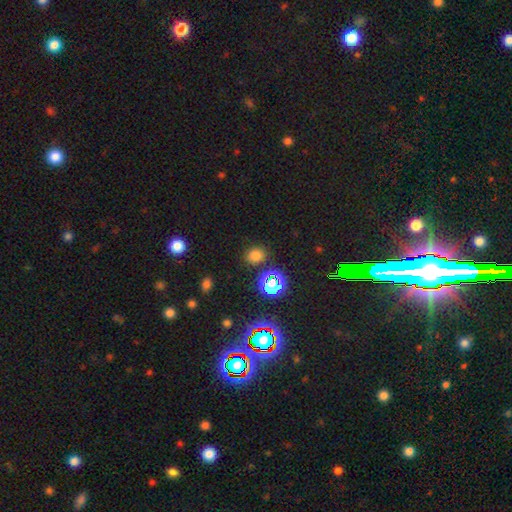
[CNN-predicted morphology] Smooth or featured? Predicted: smooth (p=0.69). How rounded? Predicted: round (p=0.68). Merging? Predicted: none (p=0.84).